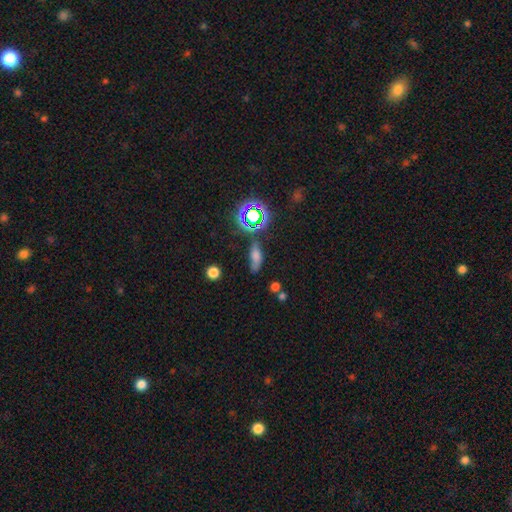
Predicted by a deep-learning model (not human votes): smooth_or_featured: smooth (p=0.60) [alt: star or artifact p=0.22]
how_rounded: in between (p=0.57) [alt: cigar-shaped p=0.34]
merging: none (p=0.65) [alt: minor disturbance p=0.21]